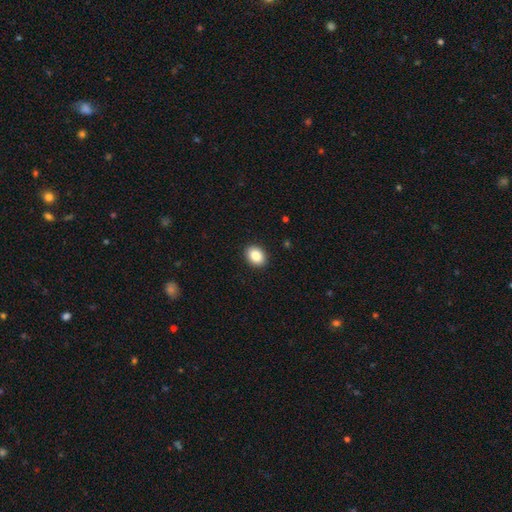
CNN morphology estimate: type=smooth (87%); roundness=in between (65%); merging=none (91%).